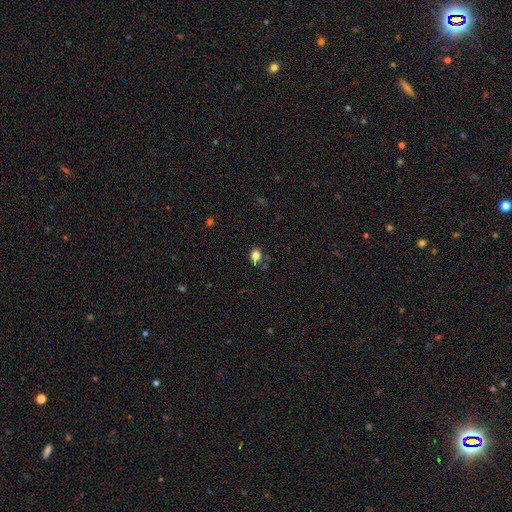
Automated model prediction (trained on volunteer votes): Morphology: type=smooth (80%); roundness=in between (58%); merging=none (76%).